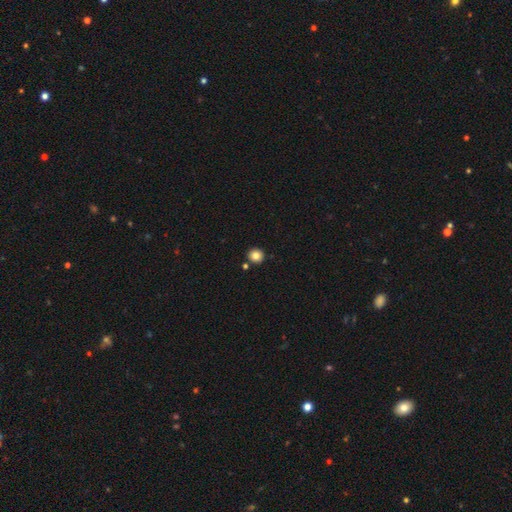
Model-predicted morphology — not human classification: This is clearly a smooth galaxy (83%). How rounded: clearly round (92%). Merging: clearly none (87%).